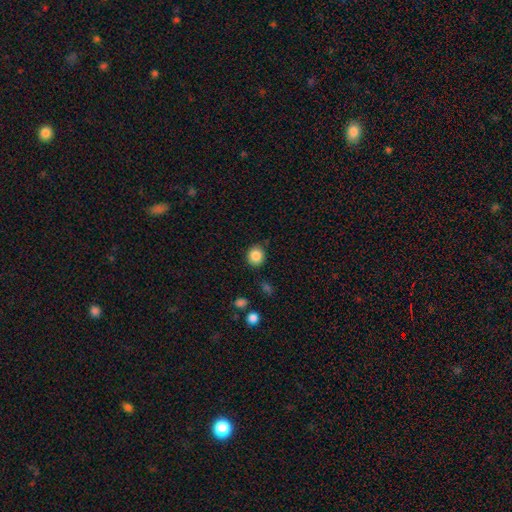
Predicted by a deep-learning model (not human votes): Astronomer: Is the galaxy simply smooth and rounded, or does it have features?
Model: smooth — 86%.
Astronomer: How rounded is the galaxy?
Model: round — 84%.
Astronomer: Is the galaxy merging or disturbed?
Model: none — 85%.